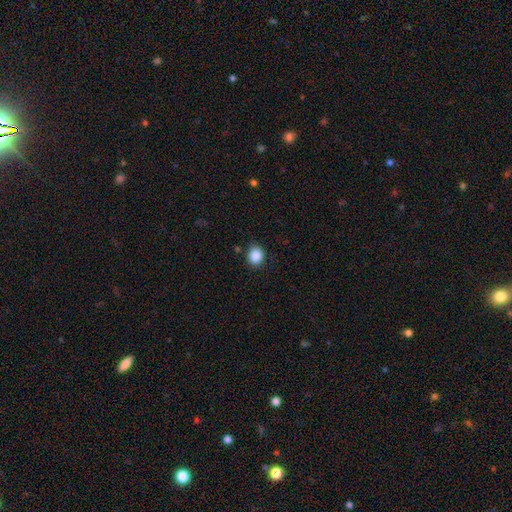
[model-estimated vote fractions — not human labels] A smooth galaxy with no disk features (87%) that is round (67%).

Vote fractions:
- Smooth or featured? smooth: 87% / star or artifact: 9% / featured or disk: 4%
- How rounded? round: 67% / in between: 32% / cigar-shaped: 1%
- Merging? none: 85% / minor disturbance: 10% / major disturbance: 3% / merger: 2%